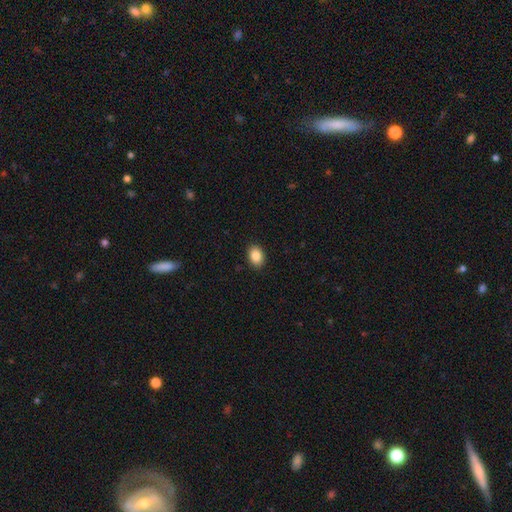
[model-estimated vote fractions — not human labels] smooth_or_featured: smooth (p=0.87) [alt: star or artifact p=0.08]
how_rounded: in between (p=0.71) [alt: round p=0.28]
merging: none (p=0.89) [alt: minor disturbance p=0.08]